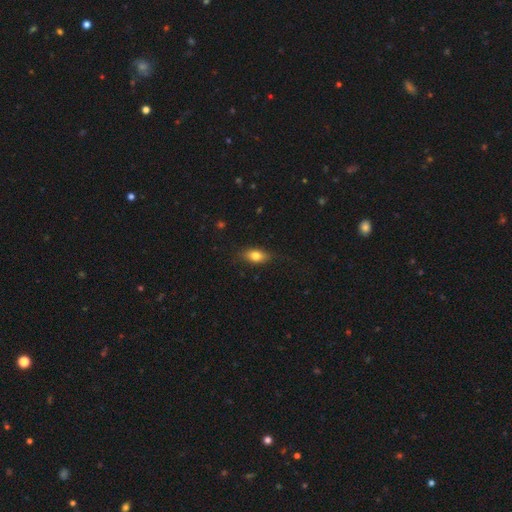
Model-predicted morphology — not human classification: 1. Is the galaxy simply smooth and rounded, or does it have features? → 75% smooth, 16% featured or disk, 8% star or artifact.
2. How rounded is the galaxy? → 80% in between, 10% round, 10% cigar-shaped.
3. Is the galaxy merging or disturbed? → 80% none, 16% minor disturbance, 4% major disturbance, 1% merger.